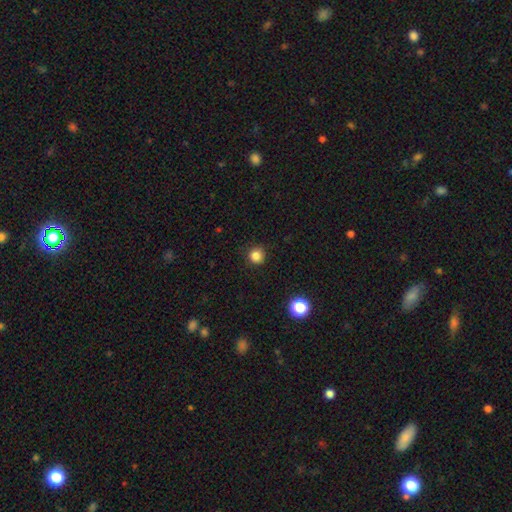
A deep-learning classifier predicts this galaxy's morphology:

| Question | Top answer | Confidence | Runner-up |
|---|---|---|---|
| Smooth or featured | smooth | 84% | star or artifact (13%) |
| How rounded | round | 93% | in between (6%) |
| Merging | none | 90% | minor disturbance (7%) |